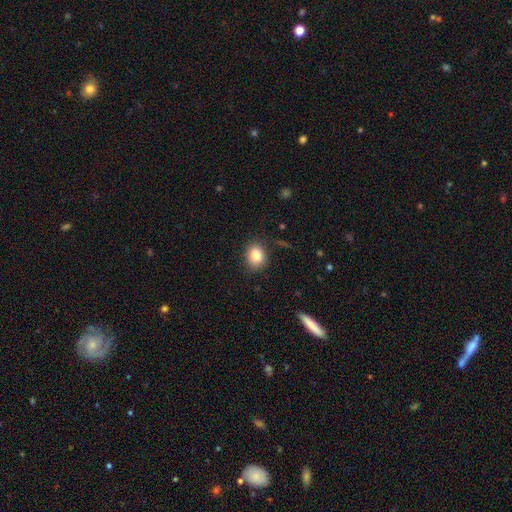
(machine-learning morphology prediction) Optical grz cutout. It shows a smooth galaxy with no disk features (83%) that is round (62%). Merging: none (87%).